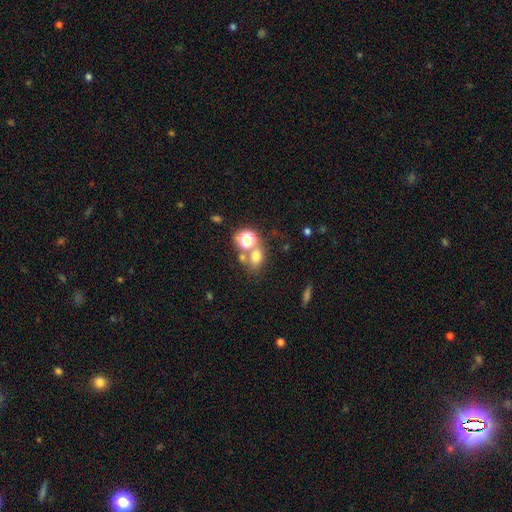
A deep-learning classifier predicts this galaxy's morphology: smooth-or-featured: smooth: 67% | star or artifact: 22% | featured or disk: 11%
  how-rounded: round: 52% | in between: 46% | cigar-shaped: 1%
  merging: none: 53% | merger: 31% | minor disturbance: 10% | major disturbance: 6%